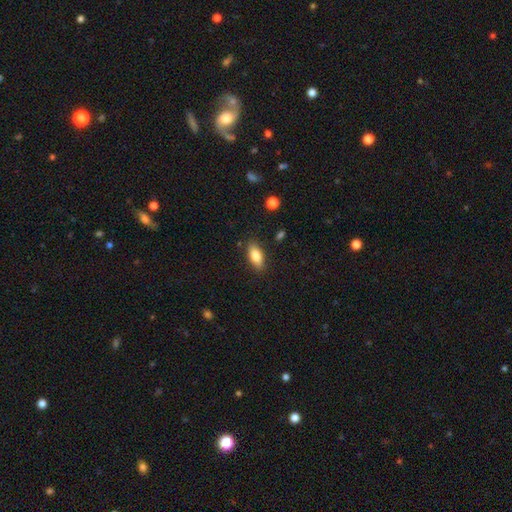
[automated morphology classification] smooth-or-featured: smooth: 84% | featured or disk: 9% | star or artifact: 7%
  how-rounded: in between: 87% | cigar-shaped: 10% | round: 3%
  merging: none: 85% | minor disturbance: 11% | major disturbance: 3% | merger: 1%